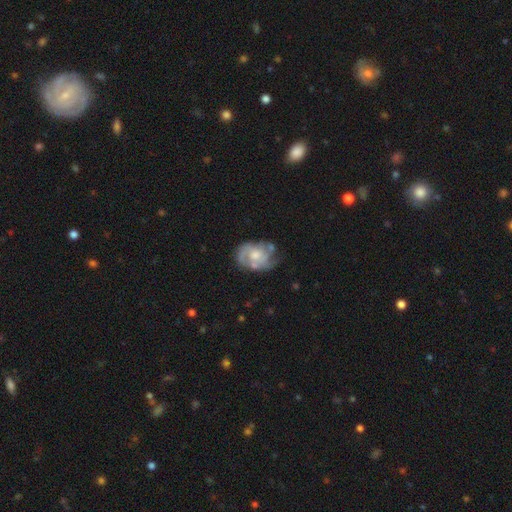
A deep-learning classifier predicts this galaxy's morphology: type=featured or disk (74%); edge-on=no (97%); bar=no (75%); spiral arms=yes (80%); winding=tight (45%); arm count=can't tell (34%); bulge=moderate (59%); merging=none (51%).